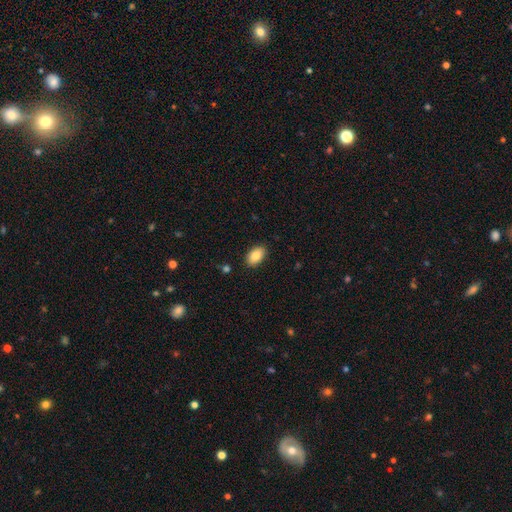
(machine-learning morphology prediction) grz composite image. It shows a smooth galaxy with no disk features (86%) that is in between round and cigar-shaped (92%). Merging: none (88%).